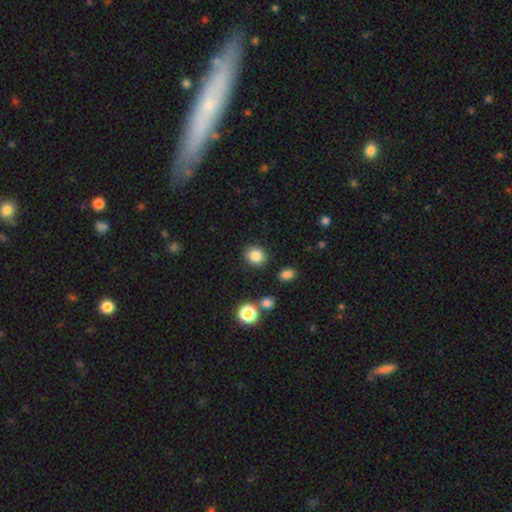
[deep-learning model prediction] This is clearly a smooth galaxy (84%). How rounded: likely round (70%). Merging: clearly none (88%).